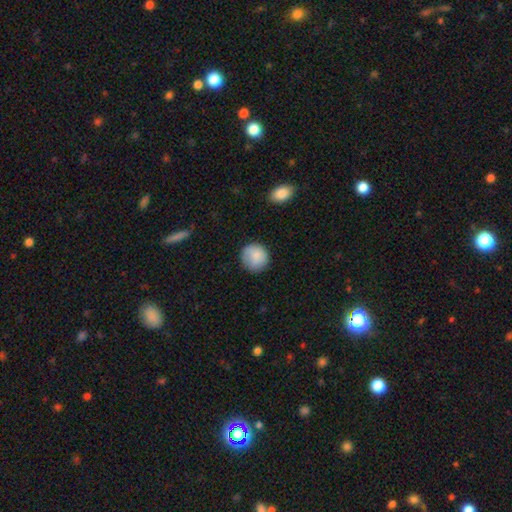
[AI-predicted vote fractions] smooth_or_featured: smooth (p=0.86) [alt: star or artifact p=0.07]
how_rounded: round (p=0.91) [alt: in between p=0.08]
merging: none (p=0.81) [alt: minor disturbance p=0.14]